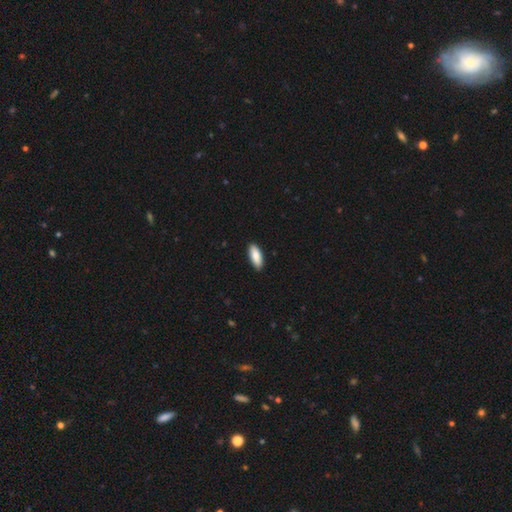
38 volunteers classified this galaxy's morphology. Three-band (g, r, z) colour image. It shows a smooth galaxy with no disk features (87%) that is in between round and cigar-shaped (70%). Merging: none (81%).